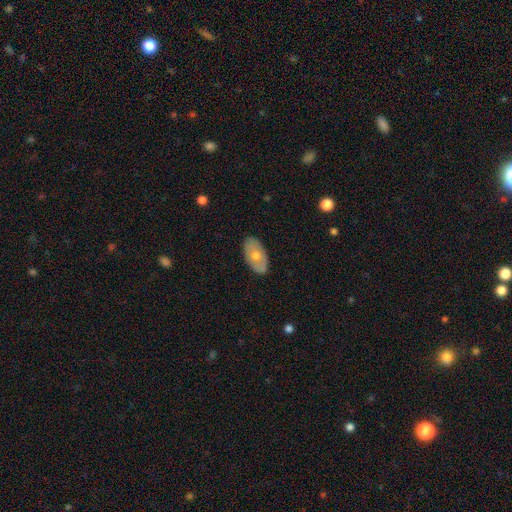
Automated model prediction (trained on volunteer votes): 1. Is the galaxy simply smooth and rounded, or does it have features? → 53% smooth, 40% featured or disk, 6% star or artifact.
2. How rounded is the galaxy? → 92% in between, 6% round, 2% cigar-shaped.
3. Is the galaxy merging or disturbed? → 85% none, 12% minor disturbance, 2% major disturbance, 1% merger.